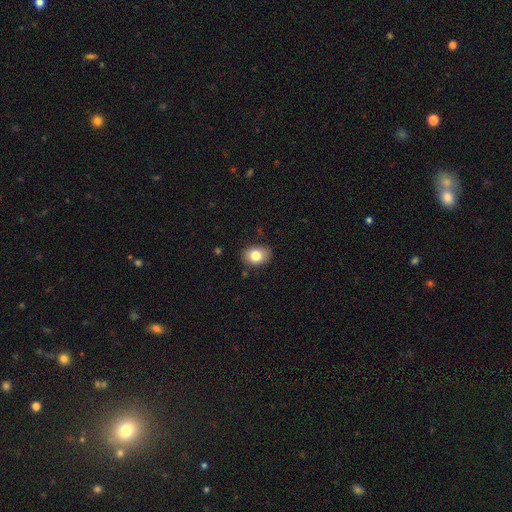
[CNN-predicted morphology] Q: Smooth or featured?
A: smooth (80%); runner-up: featured or disk (10%)
Q: How rounded?
A: in between (68%); runner-up: round (31%)
Q: Merging?
A: none (84%); runner-up: minor disturbance (12%)